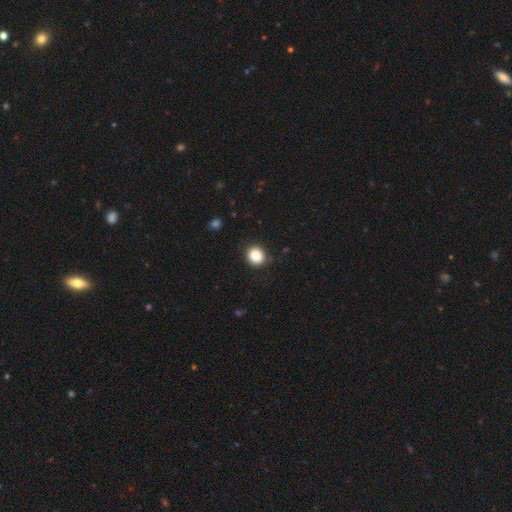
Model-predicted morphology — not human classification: A smooth galaxy with no disk features (87%) that is round (79%).

Vote fractions:
- Smooth or featured? smooth: 87% / star or artifact: 9% / featured or disk: 4%
- How rounded? round: 79% / in between: 20% / cigar-shaped: 1%
- Merging? none: 87% / minor disturbance: 9% / major disturbance: 3% / merger: 1%